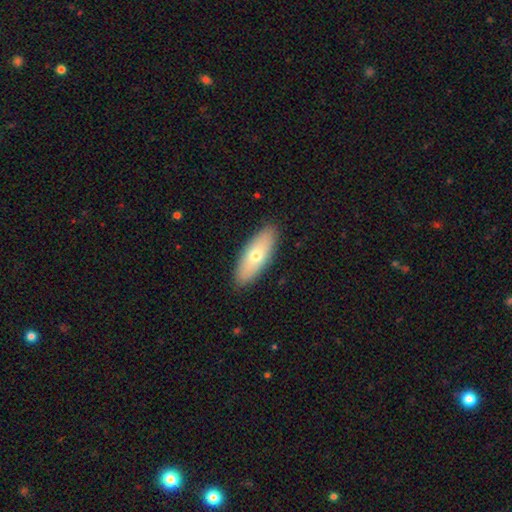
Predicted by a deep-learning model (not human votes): Morphology: type=smooth (65%); roundness=in between (69%); merging=none (90%).